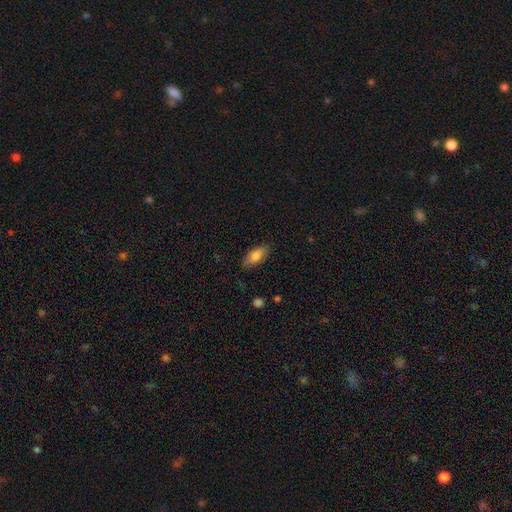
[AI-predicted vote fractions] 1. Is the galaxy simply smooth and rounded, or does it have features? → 81% smooth, 12% featured or disk, 7% star or artifact.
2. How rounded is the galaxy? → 88% in between, 10% cigar-shaped, 3% round.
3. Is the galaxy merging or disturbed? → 82% none, 14% minor disturbance, 3% major disturbance, 1% merger.